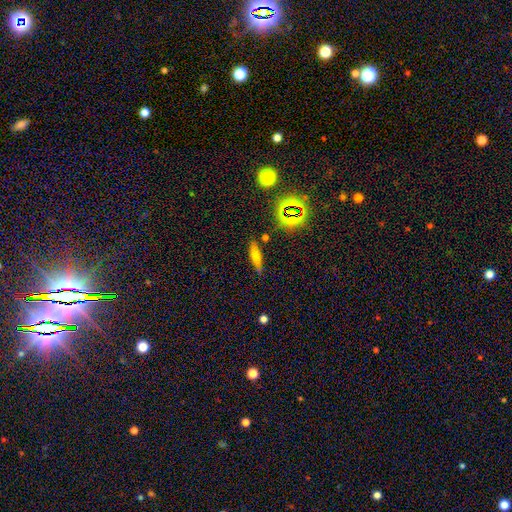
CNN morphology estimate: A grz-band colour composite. It shows a smooth galaxy with no disk features (60%) that is cigar-shaped (67%). Merging: none (79%).